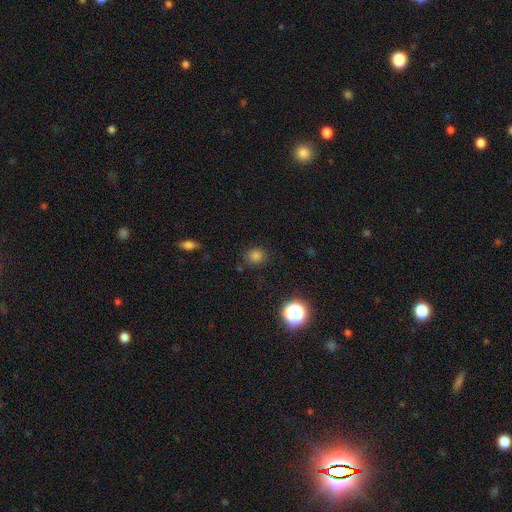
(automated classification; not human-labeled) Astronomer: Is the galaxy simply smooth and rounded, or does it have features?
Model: smooth — 78%.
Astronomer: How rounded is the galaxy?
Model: round — 79%.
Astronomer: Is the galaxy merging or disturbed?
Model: none — 85%.